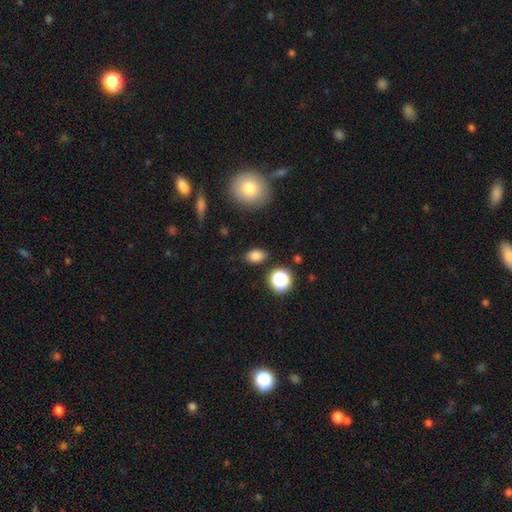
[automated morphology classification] This appears to be a smooth galaxy with no disk features (82%) that is in between round and cigar-shaped (80%). Merging: none (85%).